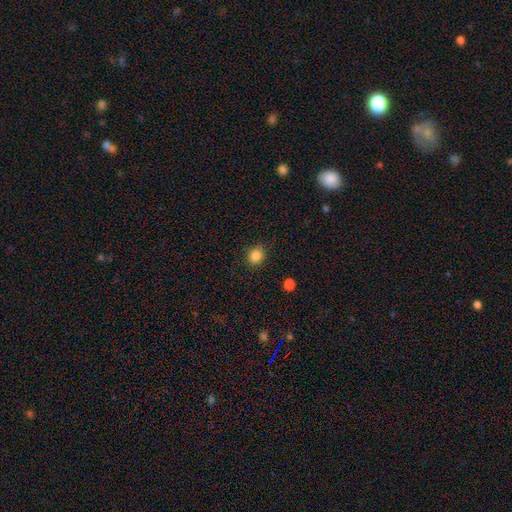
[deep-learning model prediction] smooth_or_featured: smooth (p=0.85) [alt: star or artifact p=0.11]
how_rounded: round (p=0.68) [alt: in between p=0.31]
merging: none (p=0.86) [alt: minor disturbance p=0.10]